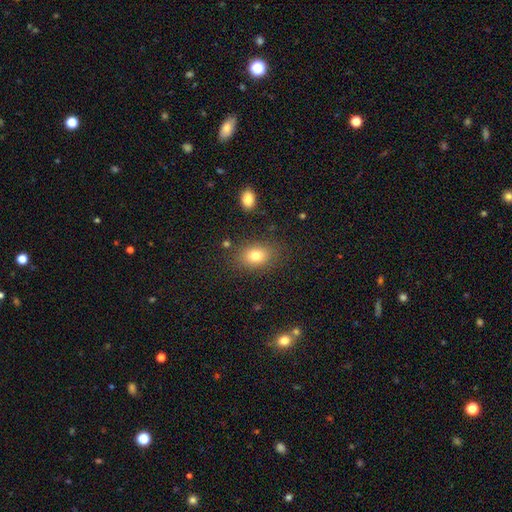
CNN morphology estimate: The model was most divided on "how rounded": in between: 69%, round: 29%, cigar-shaped: 1%. More confident: merging — none (82%); smooth or featured — smooth (80%).